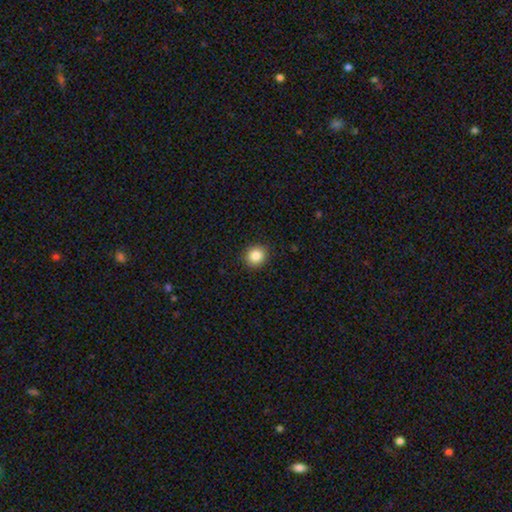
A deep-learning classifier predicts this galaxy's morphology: Smooth or featured: smooth — 85% (star or artifact — 10%)
How rounded: round — 87% (in between — 12%)
Merging: none — 91% (minor disturbance — 6%)